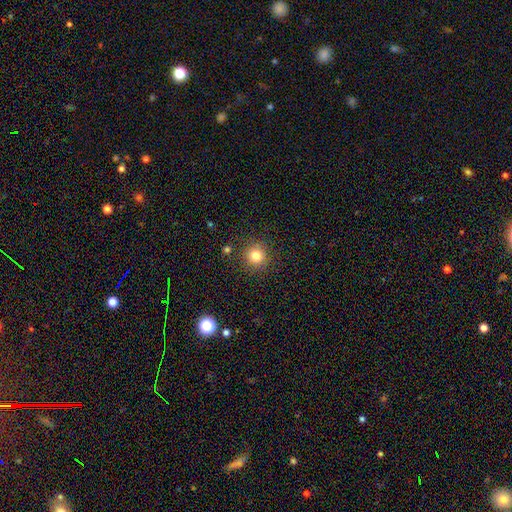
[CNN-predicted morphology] smooth_or_featured: smooth (p=0.80) [alt: star or artifact p=0.13]
how_rounded: round (p=0.93) [alt: in between p=0.06]
merging: none (p=0.88) [alt: minor disturbance p=0.07]